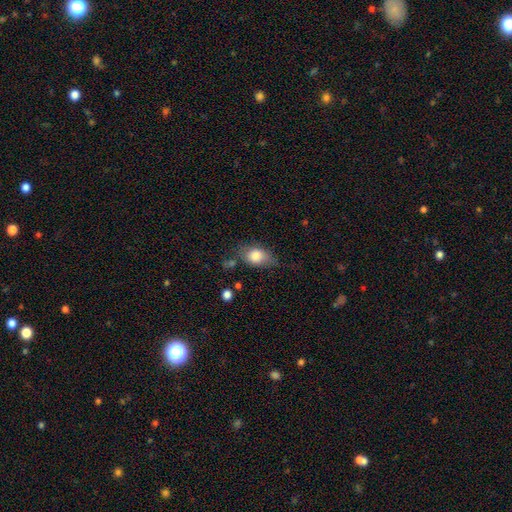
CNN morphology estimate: type=smooth (78%); roundness=in between (76%); merging=none (56%).